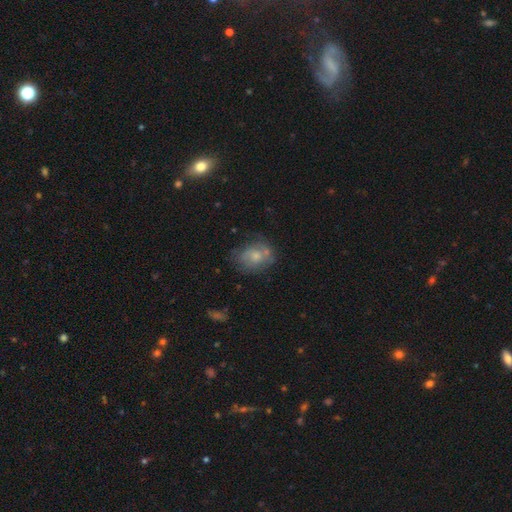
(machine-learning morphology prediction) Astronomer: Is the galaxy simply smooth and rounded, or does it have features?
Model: featured or disk — 52% (runner-up: smooth, 39%).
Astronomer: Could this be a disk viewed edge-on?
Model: no — 97%.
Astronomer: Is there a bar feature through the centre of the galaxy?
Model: no — 77%.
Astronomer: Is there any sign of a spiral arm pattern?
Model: yes — 69%.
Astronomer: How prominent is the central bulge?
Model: moderate — 44% (runner-up: small, 42%).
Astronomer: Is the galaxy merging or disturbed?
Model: none — 59%.